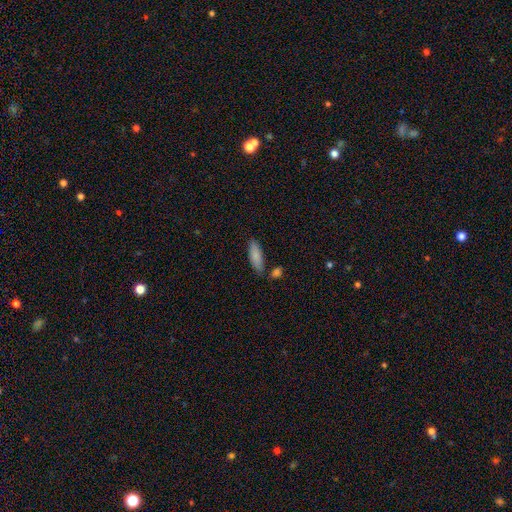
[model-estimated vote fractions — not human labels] Q: Smooth or featured?
A: smooth (85%); runner-up: featured or disk (9%)
Q: How rounded?
A: in between (60%); runner-up: cigar-shaped (38%)
Q: Merging?
A: none (76%); runner-up: minor disturbance (13%)